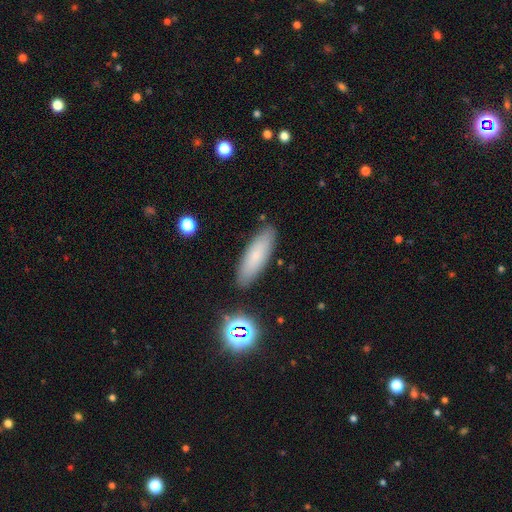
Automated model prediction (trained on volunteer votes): The model was most divided on "how rounded": cigar-shaped: 50%, in between: 48%, round: 2%. More confident: merging — none (87%); smooth or featured — smooth (75%).